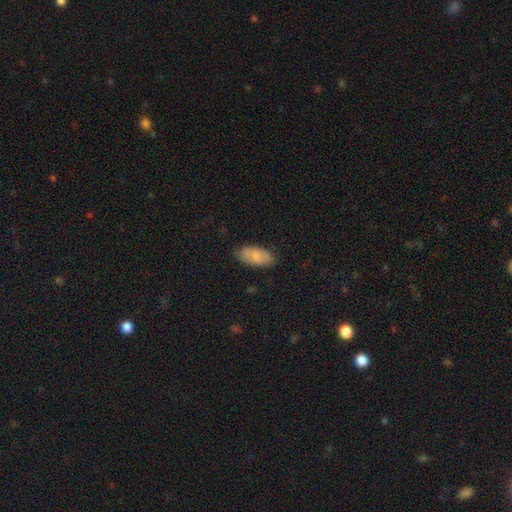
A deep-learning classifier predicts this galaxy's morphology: type=smooth (84%); roundness=in between (91%); merging=none (83%).